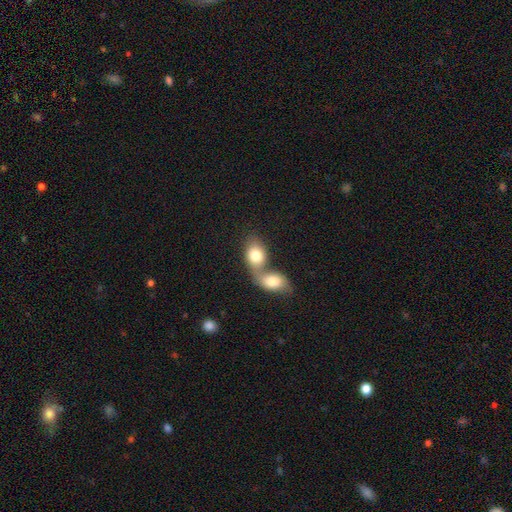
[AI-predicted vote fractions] Morphology: type=smooth (79%); roundness=in between (78%); merging=merger (75%).